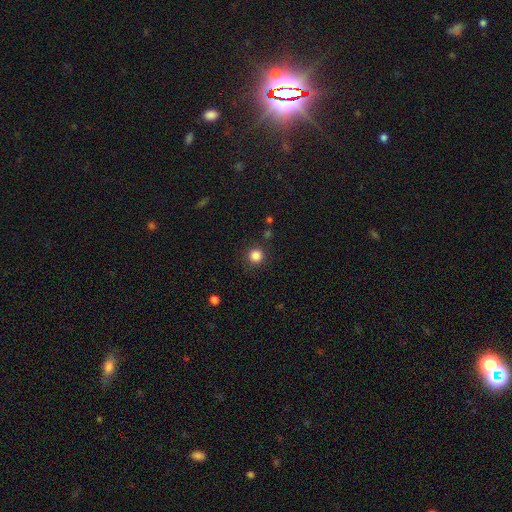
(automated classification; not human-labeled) Smooth or featured?
  - smooth: 85% *
  - star or artifact: 12%
  - featured or disk: 3%
How rounded?
  - round: 94% *
  - in between: 5%
  - cigar-shaped: 1%
Merging?
  - none: 90% *
  - minor disturbance: 6%
  - major disturbance: 3%
  - merger: 2%